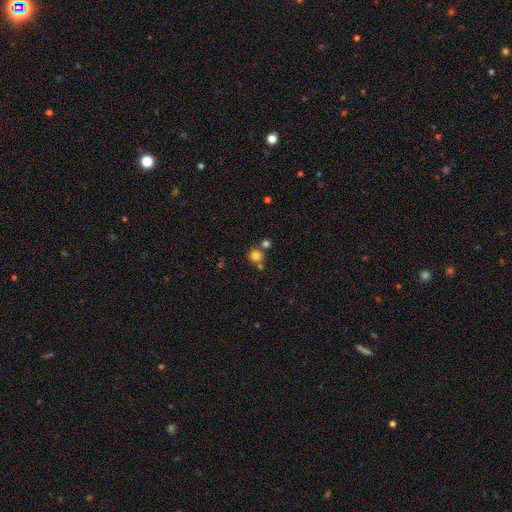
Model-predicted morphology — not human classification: Smooth or featured? Predicted: smooth (p=0.81). How rounded? Predicted: round (p=0.91). Merging? Predicted: none (p=0.69).